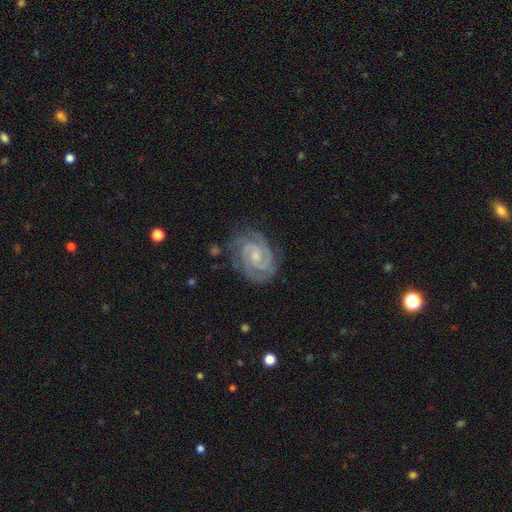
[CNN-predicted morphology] Smooth or featured?
  - featured or disk: 92% *
  - star or artifact: 4%
  - smooth: 3%
Edge-on disk?
  - no: 98% *
  - yes: 2%
Bar?
  - no: 49% *
  - weak: 40%
  - strong: 11%
Spiral arms?
  - yes: 99% *
  - no: 1%
Spiral winding?
  - tight: 72% *
  - medium: 25%
  - loose: 2%
Spiral arm count?
  - 2: 76% *
  - 3: 14%
  - can't tell: 4%
  - 4: 2%
  - 1: 2%
  - more than 4: 2%
Bulge size?
  - small: 65% *
  - moderate: 26%
  - none: 7%
  - large: 1%
  - dominant: 1%
Merging?
  - none: 79% *
  - minor disturbance: 15%
  - major disturbance: 4%
  - merger: 2%